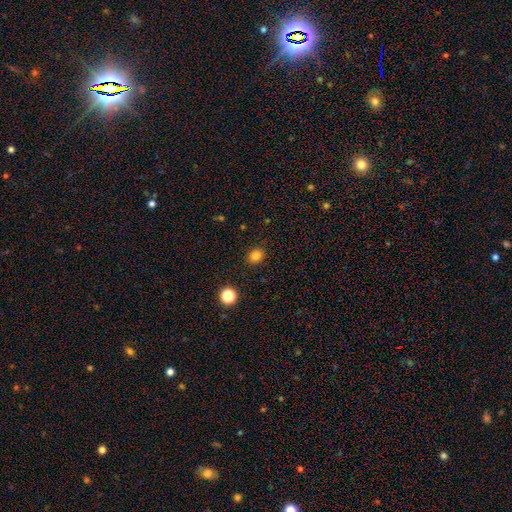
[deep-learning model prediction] This is clearly a smooth galaxy (82%). How rounded: likely round (61%). Merging: clearly none (89%).